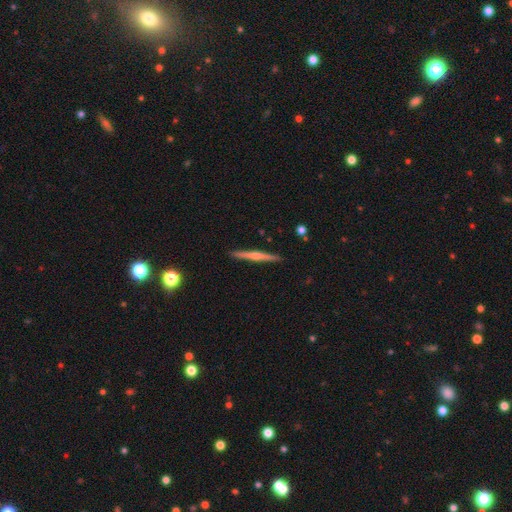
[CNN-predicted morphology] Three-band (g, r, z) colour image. It shows a featured or disk galaxy (60%) viewed edge-on (98%) with a rounded central bulge (62%). Merging: none (91%).